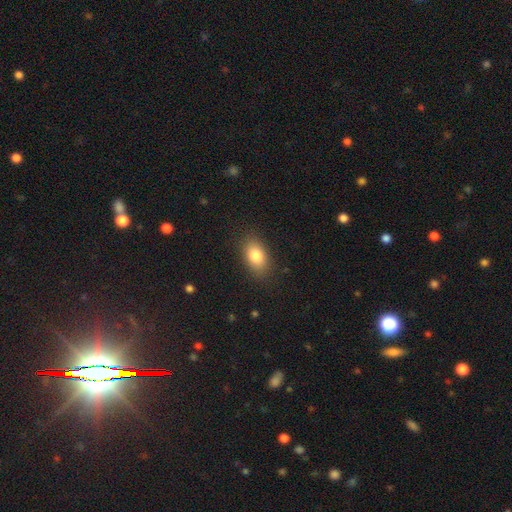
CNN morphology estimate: A smooth galaxy with no disk features (83%) that is in between round and cigar-shaped (87%).

Vote fractions:
- Smooth or featured? smooth: 83% / featured or disk: 9% / star or artifact: 8%
- How rounded? in between: 87% / round: 11% / cigar-shaped: 2%
- Merging? none: 85% / minor disturbance: 10% / major disturbance: 3% / merger: 1%